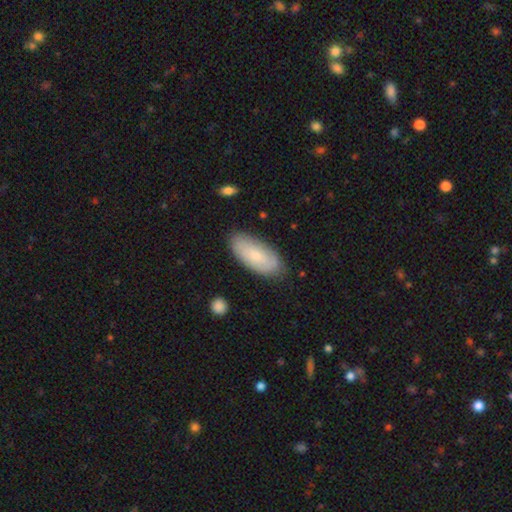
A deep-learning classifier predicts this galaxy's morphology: The model was most divided on "smooth or featured": smooth: 66%, featured or disk: 28%, star or artifact: 6%. More confident: how rounded — in between (90%); merging — none (80%).